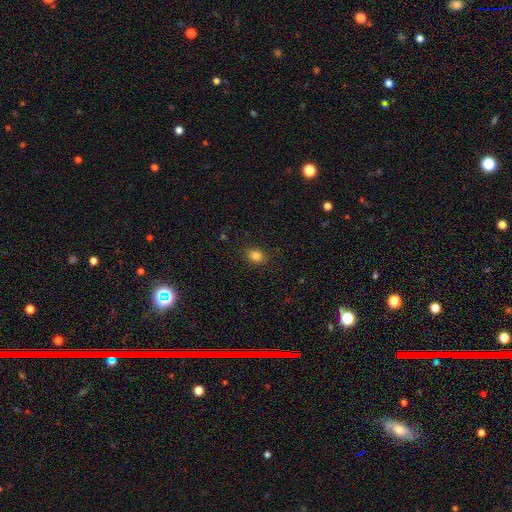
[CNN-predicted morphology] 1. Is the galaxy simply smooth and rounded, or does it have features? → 83% smooth, 12% star or artifact, 5% featured or disk.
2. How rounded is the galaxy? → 53% round, 46% in between, 1% cigar-shaped.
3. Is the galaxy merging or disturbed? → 86% none, 10% minor disturbance, 3% major disturbance, 1% merger.